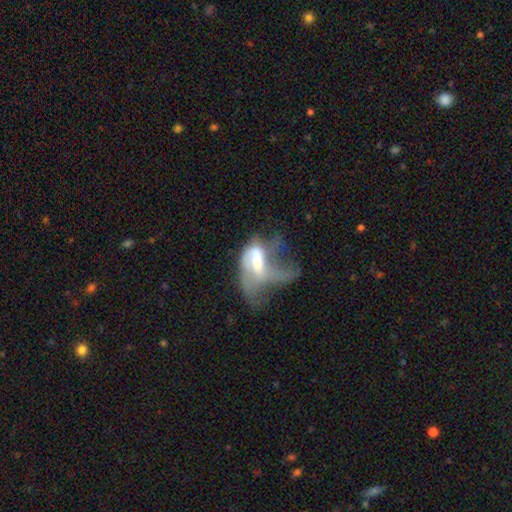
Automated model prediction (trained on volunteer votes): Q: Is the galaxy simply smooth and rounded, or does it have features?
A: featured or disk — 59%.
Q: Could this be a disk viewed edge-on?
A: no — 93%.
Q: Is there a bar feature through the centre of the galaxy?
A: no — 43%.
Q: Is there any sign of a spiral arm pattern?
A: no — 58%.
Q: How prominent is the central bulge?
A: moderate — 42%.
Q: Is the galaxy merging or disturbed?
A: major disturbance — 56%.